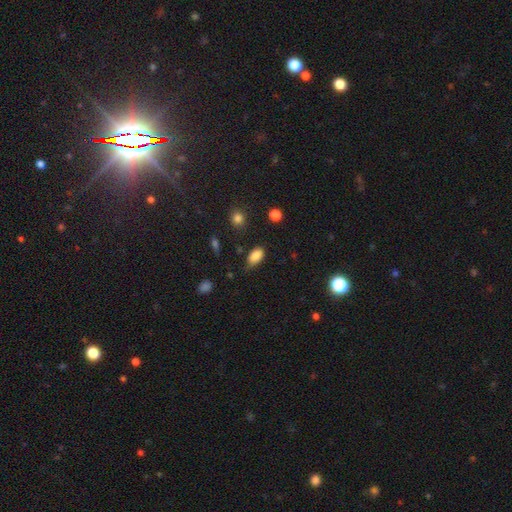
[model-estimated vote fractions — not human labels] The model was most divided on "merging": none: 56%, minor disturbance: 34%, major disturbance: 8%, merger: 2%. More confident: how rounded — in between (90%); smooth or featured — smooth (85%).